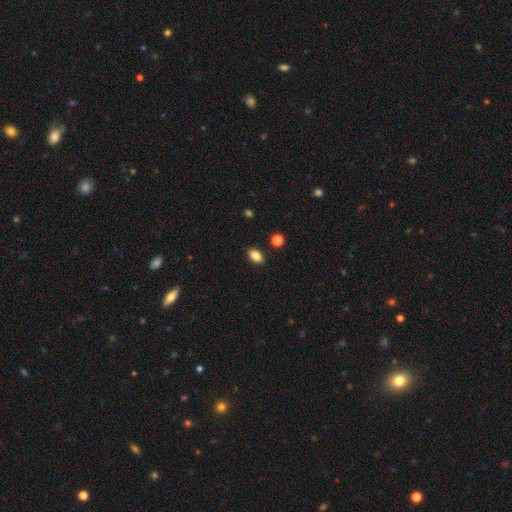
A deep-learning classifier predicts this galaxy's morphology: Smooth or featured: smooth — 85% (star or artifact — 10%)
How rounded: in between — 85% (round — 13%)
Merging: none — 87% (minor disturbance — 9%)